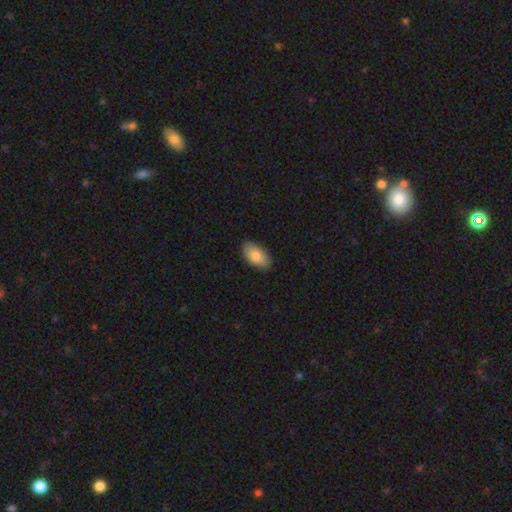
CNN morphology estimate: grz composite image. It shows a smooth galaxy with no disk features (86%) that is in between round and cigar-shaped (95%). Merging: none (84%).